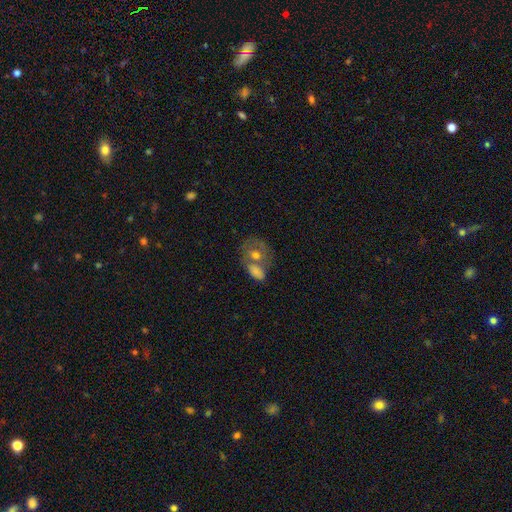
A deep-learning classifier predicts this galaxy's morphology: The model was most divided on "smooth or featured": smooth: 50%, featured or disk: 37%, star or artifact: 13%. Remaining: merging — merger (49%).